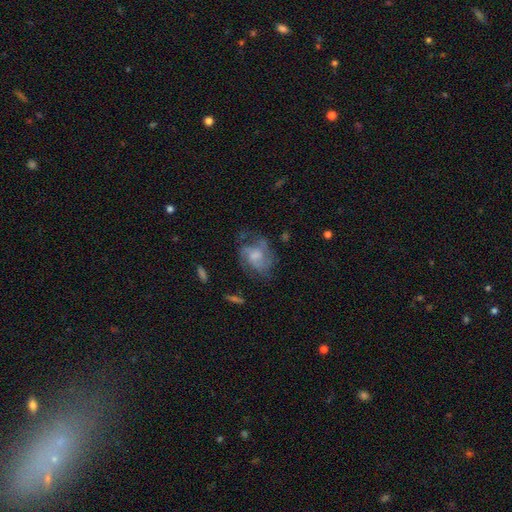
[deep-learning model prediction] A featured or disk galaxy (59%) with no bar (63%), spiral arms (72%) and a moderate central bulge (39%).

Vote fractions:
- Smooth or featured? featured or disk: 59% / smooth: 32% / star or artifact: 9%
- Edge-on disk? no: 97% / yes: 3%
- Bar? no: 63% / weak: 32% / strong: 5%
- Spiral arms? yes: 72% / no: 28%
- Bulge size? moderate: 39% / small: 32% / none: 19% / large: 9% / dominant: 2%
- Merging? none: 48% / major disturbance: 25% / minor disturbance: 24% / merger: 3%